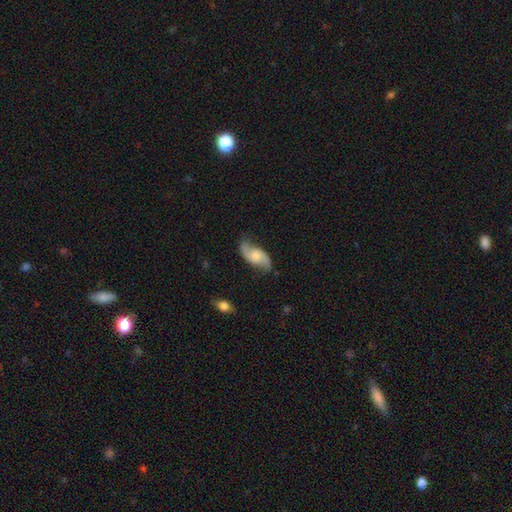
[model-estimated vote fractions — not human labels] smooth_or_featured: featured or disk (p=0.76) [alt: smooth p=0.17]
disk_edge_on: no (p=0.96) [alt: yes p=0.04]
bar: no (p=0.61) [alt: weak p=0.33]
has_spiral_arms: yes (p=0.96) [alt: no p=0.04]
spiral_winding: loose (p=0.57) [alt: medium p=0.33]
spiral_arm_count: 2 (p=0.92) [alt: can't tell p=0.03]
bulge_size: moderate (p=0.30) [alt: none p=0.27]
merging: none (p=0.74) [alt: minor disturbance p=0.18]